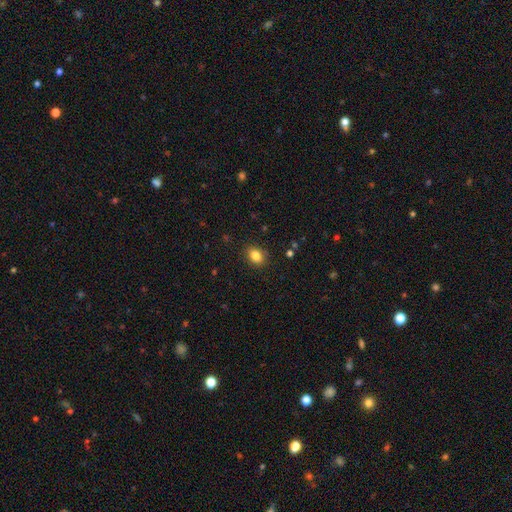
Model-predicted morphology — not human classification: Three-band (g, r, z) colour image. It shows a smooth galaxy with no disk features (84%) that is in between round and cigar-shaped (62%). Merging: none (88%).